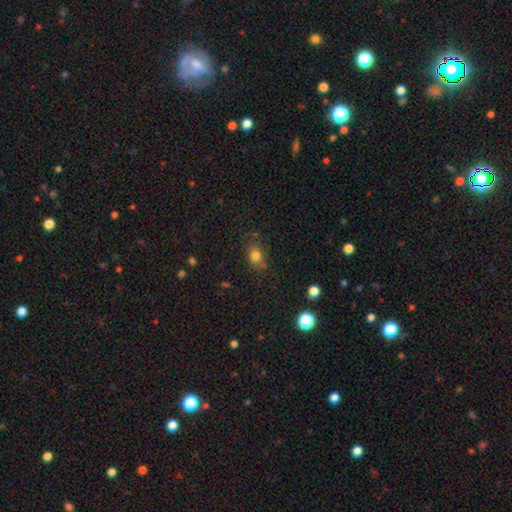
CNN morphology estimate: The model was most divided on "how rounded": in between: 59%, round: 40%, cigar-shaped: 2%. More confident: smooth or featured — smooth (78%); merging — none (72%).